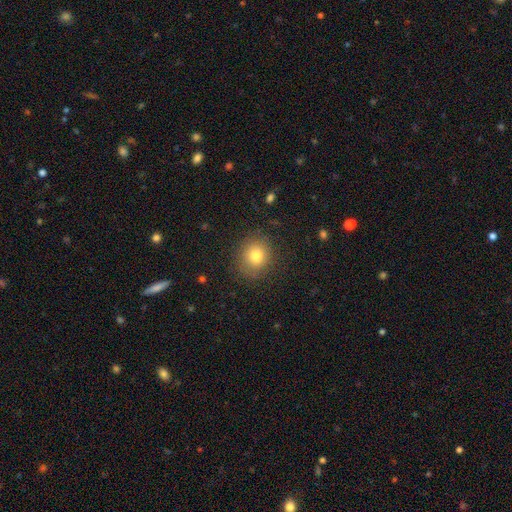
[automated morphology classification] Q: Smooth or featured?
A: smooth (79%); runner-up: star or artifact (11%)
Q: How rounded?
A: round (75%); runner-up: in between (24%)
Q: Merging?
A: none (84%); runner-up: minor disturbance (11%)